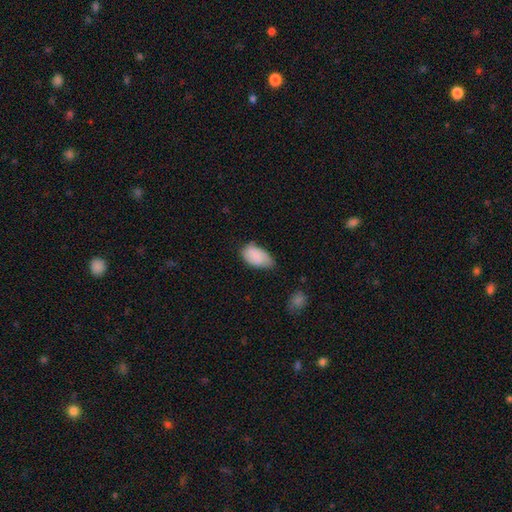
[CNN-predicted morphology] type=smooth (81%); roundness=in between (94%); merging=none (47%).